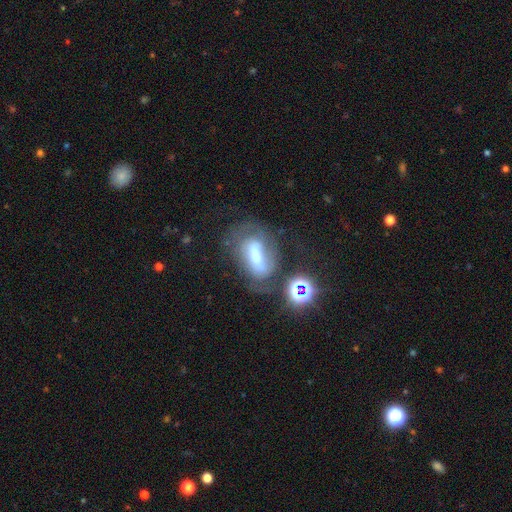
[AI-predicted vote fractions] Morphology: type=featured or disk (58%); edge-on=no (87%); bar=strong (52%); spiral arms=yes (70%); bulge=moderate (46%); merging=none (45%).